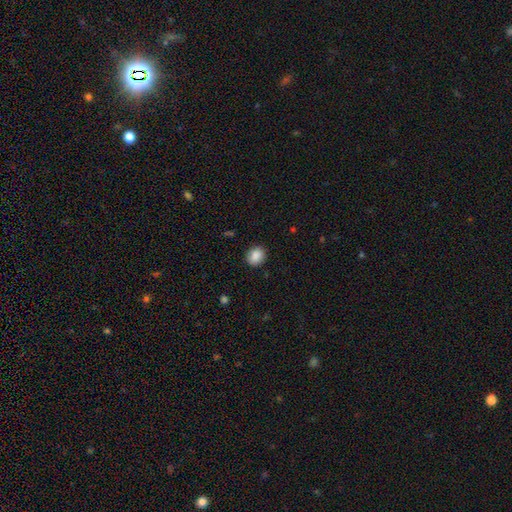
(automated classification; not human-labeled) The model was most divided on "how rounded": round: 62%, in between: 37%, cigar-shaped: 1%. More confident: smooth or featured — smooth (88%); merging — none (88%).